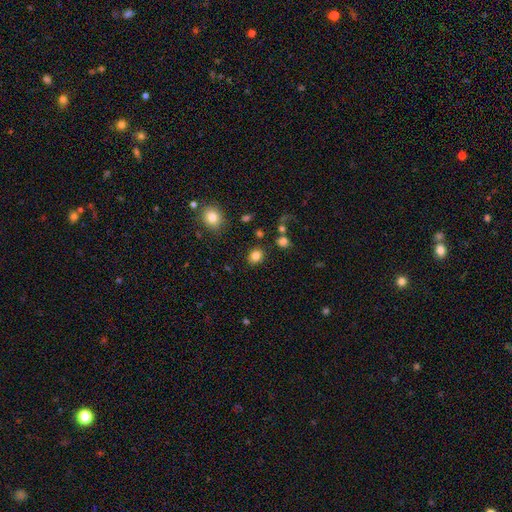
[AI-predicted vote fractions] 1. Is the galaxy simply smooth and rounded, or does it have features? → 83% smooth, 11% star or artifact, 6% featured or disk.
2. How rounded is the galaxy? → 58% round, 41% in between, 1% cigar-shaped.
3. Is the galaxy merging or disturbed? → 86% none, 8% minor disturbance, 3% merger, 3% major disturbance.